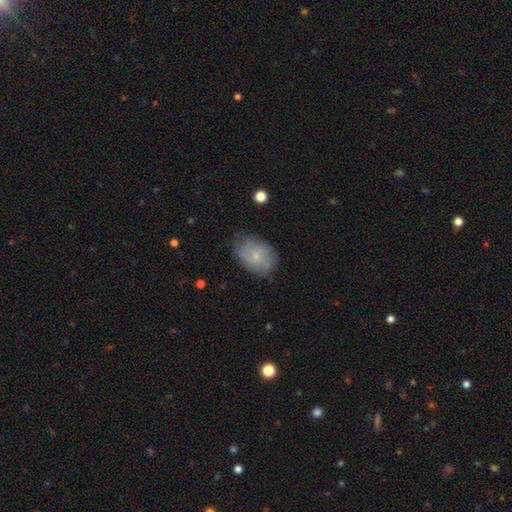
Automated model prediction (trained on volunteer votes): Morphology: type=smooth (61%); roundness=in between (74%); merging=none (65%).